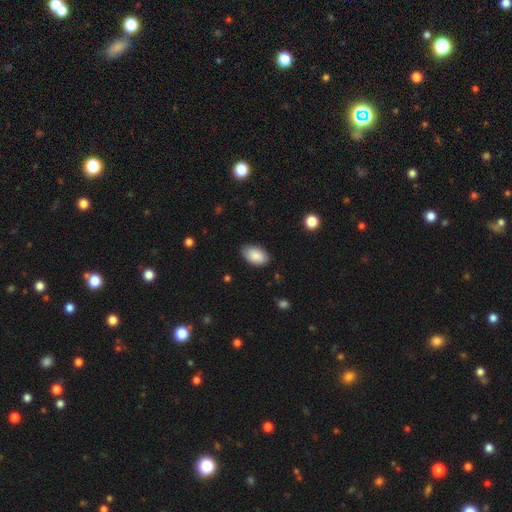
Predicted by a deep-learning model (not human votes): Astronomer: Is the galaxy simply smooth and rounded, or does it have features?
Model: smooth — 87%.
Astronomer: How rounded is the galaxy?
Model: in between — 94%.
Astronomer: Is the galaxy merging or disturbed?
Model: none — 82%.